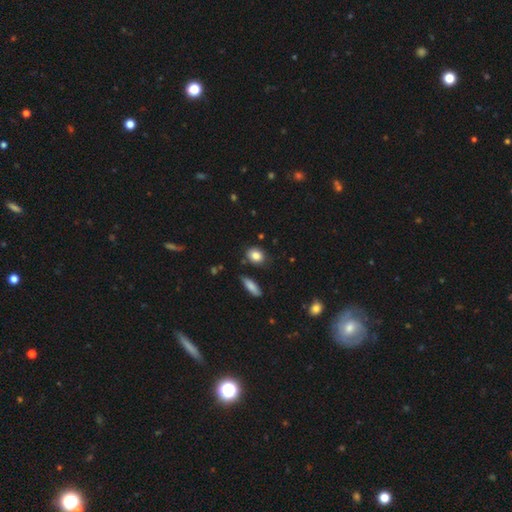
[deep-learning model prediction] Morphology: type=smooth (85%); roundness=in between (51%); merging=none (80%).